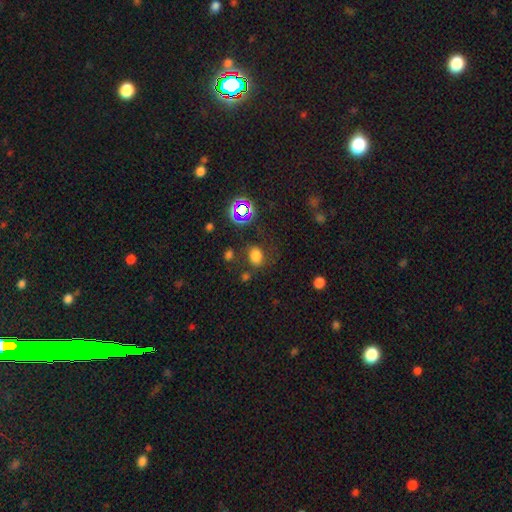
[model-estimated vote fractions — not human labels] This appears to be a smooth galaxy with no disk features (70%) that is in between round and cigar-shaped (61%). Merging: none (69%).